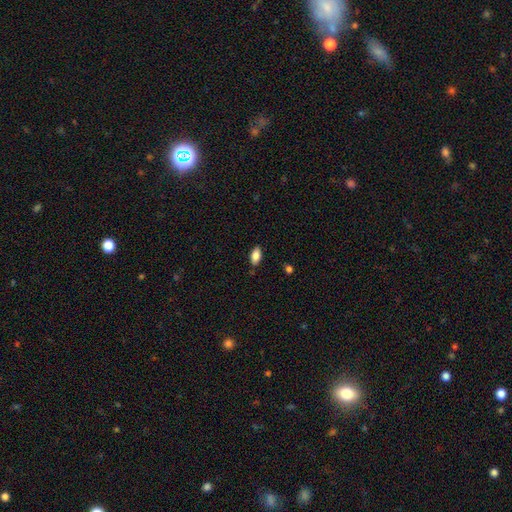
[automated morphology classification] This is clearly a smooth galaxy (86%). How rounded: clearly in between (91%). Merging: clearly none (85%).